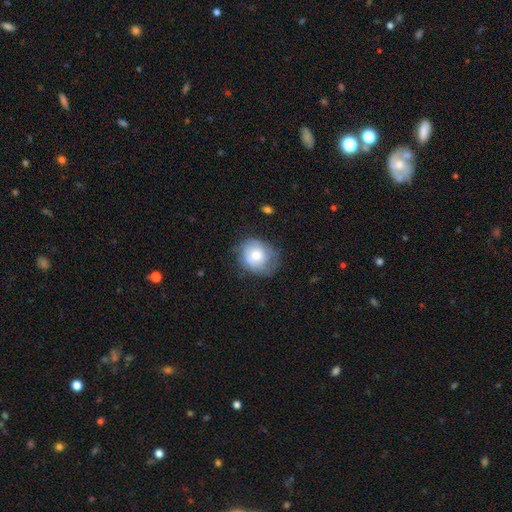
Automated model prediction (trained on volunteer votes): Overall: smooth (59%; featured or disk 34%). How rounded: round (64%; in between 35%). Merging: none (55%; minor disturbance 30%).